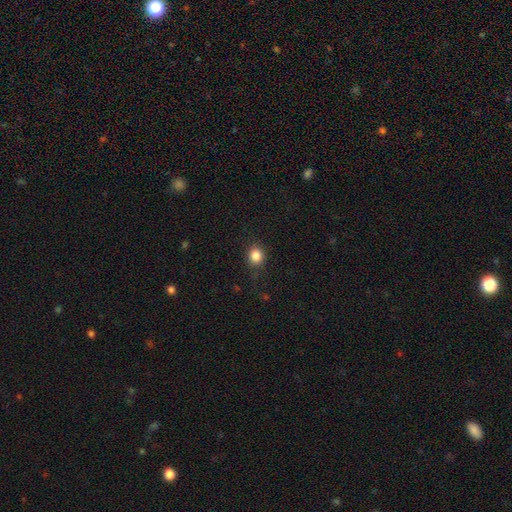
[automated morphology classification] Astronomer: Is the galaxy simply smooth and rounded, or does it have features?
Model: smooth — 85%.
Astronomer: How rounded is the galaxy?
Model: round — 80%.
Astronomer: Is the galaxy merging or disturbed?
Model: none — 85%.